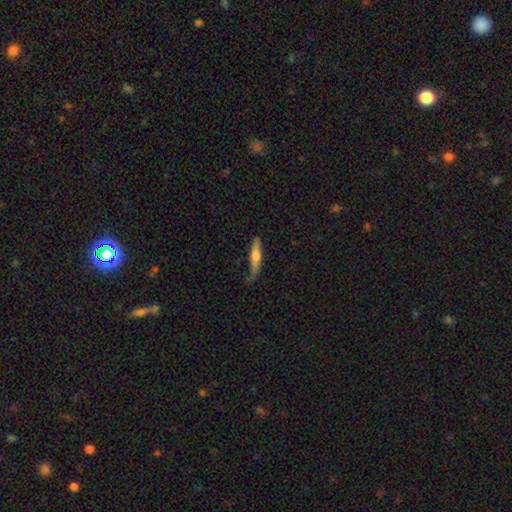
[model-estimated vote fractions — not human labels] Smooth or featured: smooth — 50% (featured or disk — 44%)
How rounded: cigar-shaped — 86% (in between — 12%)
Merging: none — 69% (minor disturbance — 23%)